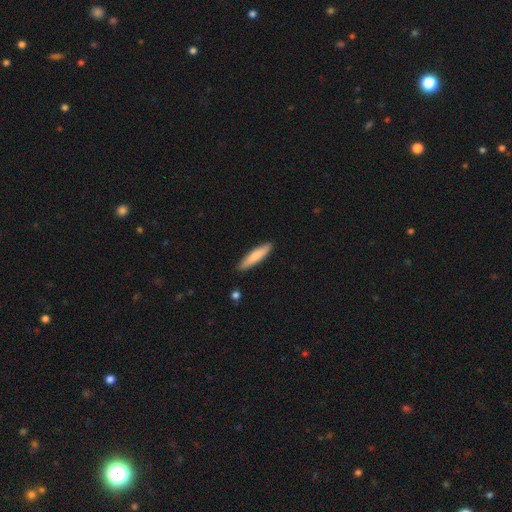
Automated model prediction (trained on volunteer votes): A smooth galaxy with no disk features (76%) that is cigar-shaped (83%). Merging: none (89%).